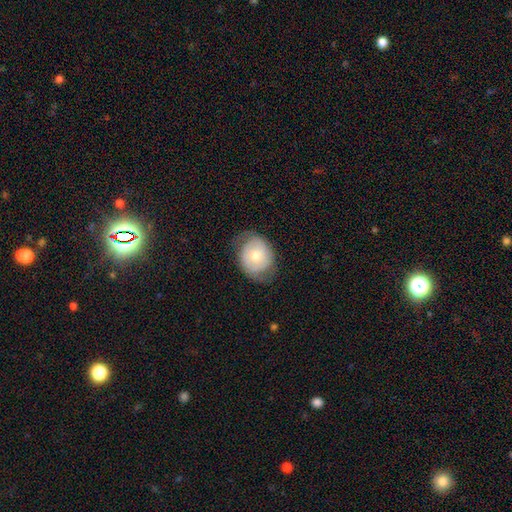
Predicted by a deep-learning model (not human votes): smooth-or-featured: featured or disk: 48% | smooth: 45% | star or artifact: 7%
  merging: none: 66% | minor disturbance: 23% | major disturbance: 10% | merger: 1%